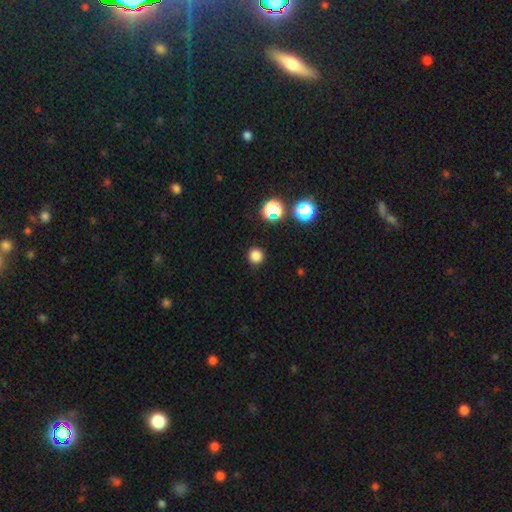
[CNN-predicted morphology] Smooth or featured? smooth (81%)
How rounded? round (94%)
Merging? none (91%)